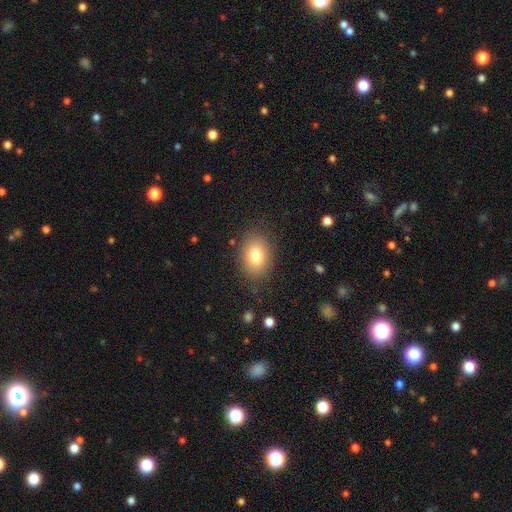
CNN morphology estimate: smooth_or_featured: smooth (p=0.79) [alt: featured or disk p=0.12]
how_rounded: in between (p=0.72) [alt: round p=0.27]
merging: none (p=0.83) [alt: minor disturbance p=0.11]